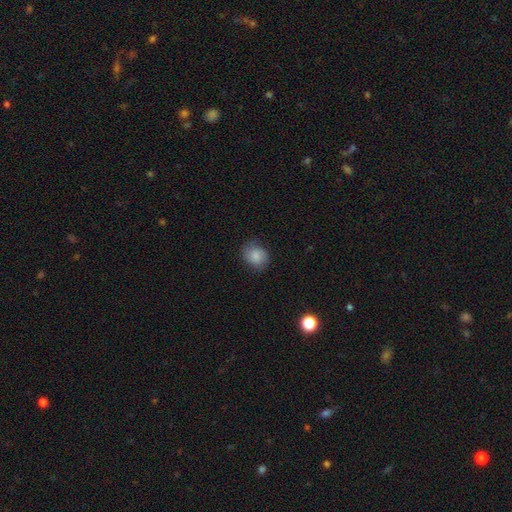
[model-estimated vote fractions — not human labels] Smooth or featured? Predicted: smooth (p=0.74). How rounded? Predicted: round (p=0.58). Merging? Predicted: none (p=0.76).